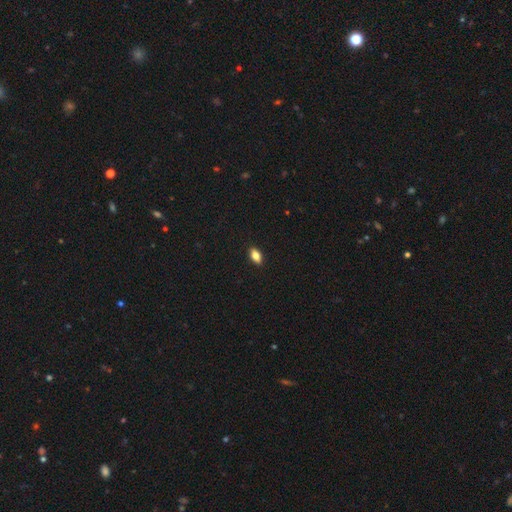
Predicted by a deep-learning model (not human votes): Smooth or featured?
  - smooth: 79% *
  - featured or disk: 12%
  - star or artifact: 9%
How rounded?
  - in between: 86% *
  - cigar-shaped: 7%
  - round: 6%
Merging?
  - none: 89% *
  - minor disturbance: 8%
  - major disturbance: 2%
  - merger: 1%